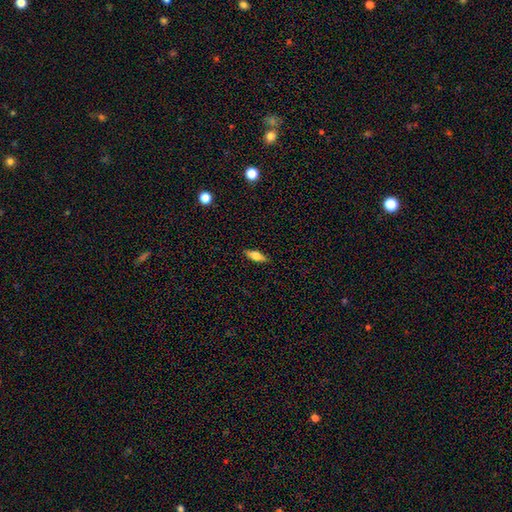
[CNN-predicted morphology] Smooth or featured? smooth (59%)
How rounded? in between (60%)
Merging? none (88%)